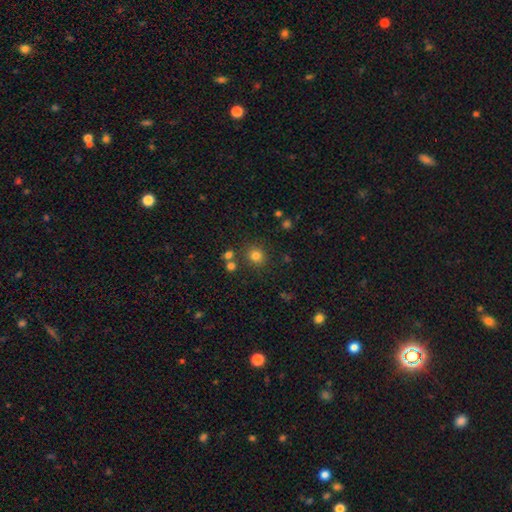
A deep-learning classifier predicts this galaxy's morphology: A smooth galaxy with no disk features (79%) that is round (85%).

Vote fractions:
- Smooth or featured? smooth: 79% / star or artifact: 15% / featured or disk: 6%
- How rounded? round: 85% / in between: 14% / cigar-shaped: 1%
- Merging? none: 80% / minor disturbance: 9% / merger: 8% / major disturbance: 4%